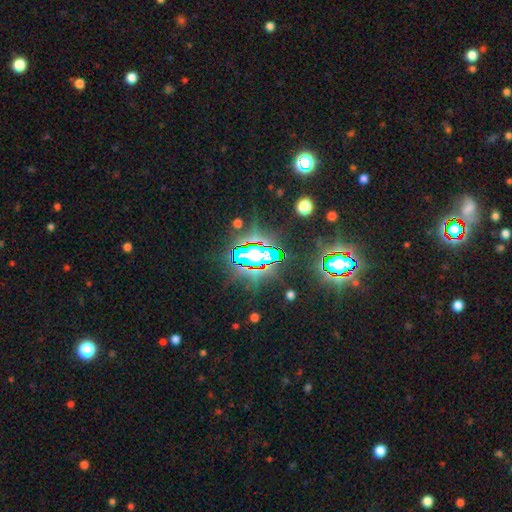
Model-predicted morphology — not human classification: Smooth or featured: star or artifact — 73% (smooth — 15%)